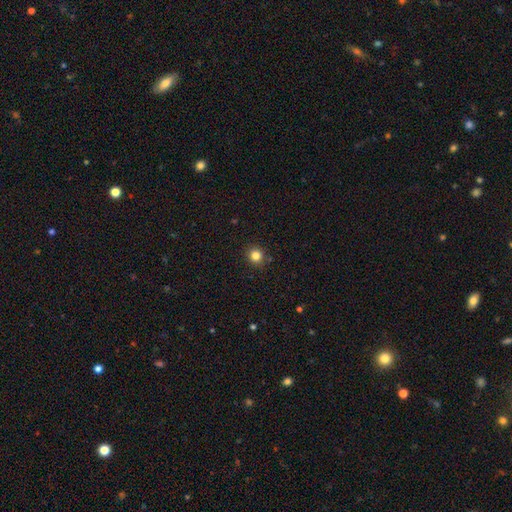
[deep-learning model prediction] The model was most divided on "smooth or featured": smooth: 83%, star or artifact: 13%, featured or disk: 5%. More confident: how rounded — round (91%); merging — none (90%).